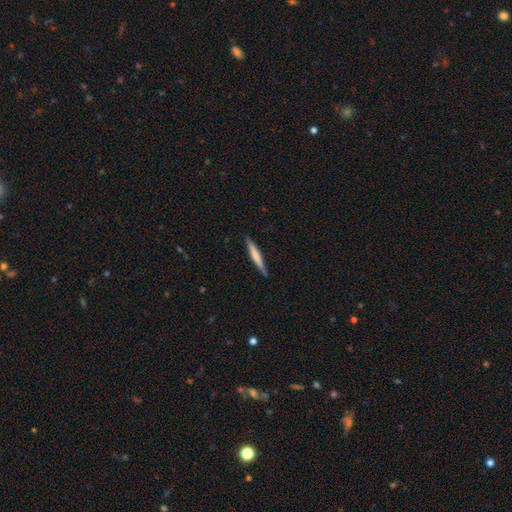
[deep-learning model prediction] Smooth or featured? Predicted: smooth (p=0.60). How rounded? Predicted: cigar-shaped (p=0.95). Merging? Predicted: none (p=0.86).